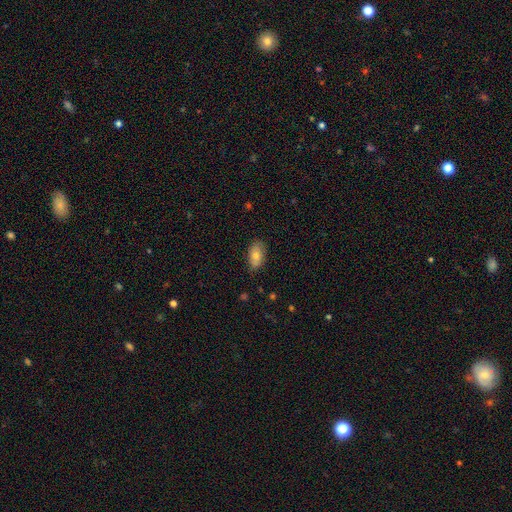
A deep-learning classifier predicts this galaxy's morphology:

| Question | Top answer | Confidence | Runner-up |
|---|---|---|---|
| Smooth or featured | smooth | 73% | featured or disk (19%) |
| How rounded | in between | 91% | round (6%) |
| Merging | none | 76% | minor disturbance (19%) |